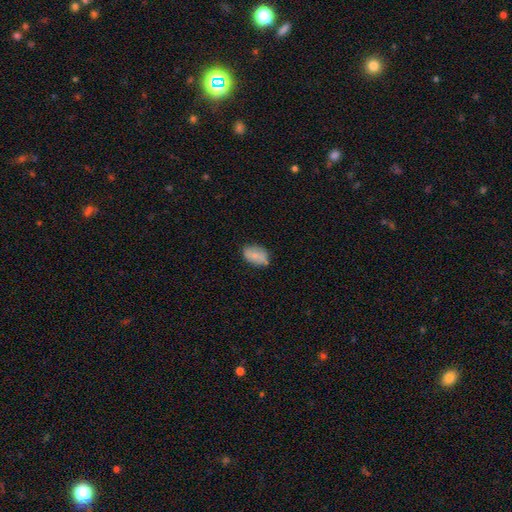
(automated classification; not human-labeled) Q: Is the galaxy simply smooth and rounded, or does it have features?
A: smooth — 76%.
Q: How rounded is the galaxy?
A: in between — 87%.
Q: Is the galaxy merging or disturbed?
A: none — 73%.